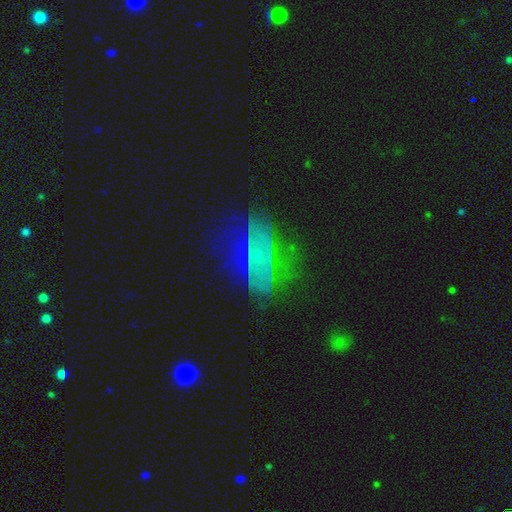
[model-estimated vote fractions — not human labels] The model was most divided on "smooth or featured": featured or disk: 44%, star or artifact: 33%, smooth: 23%. More confident: merging — none (58%).